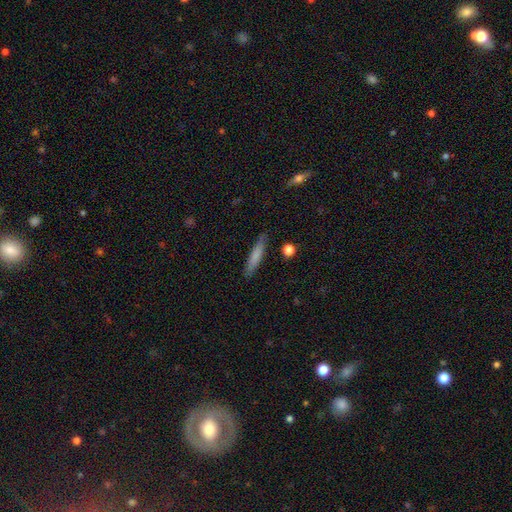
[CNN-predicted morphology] A smooth galaxy with no disk features (75%) that is cigar-shaped (90%). Merging: none (85%).